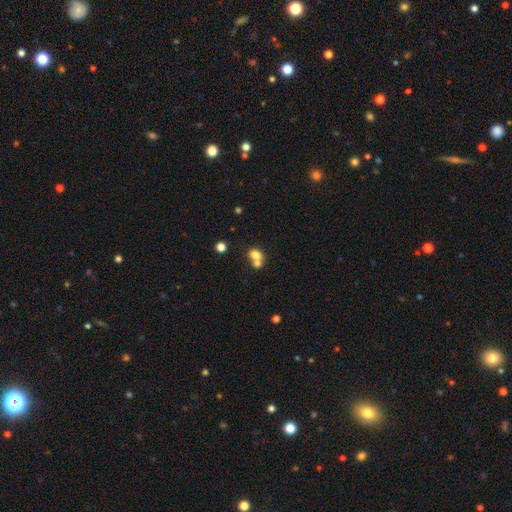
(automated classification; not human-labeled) smooth 74%, featured or disk 14%, star or artifact 12%. Down the decision tree: how rounded — in between (52%); merging — merger (59%).